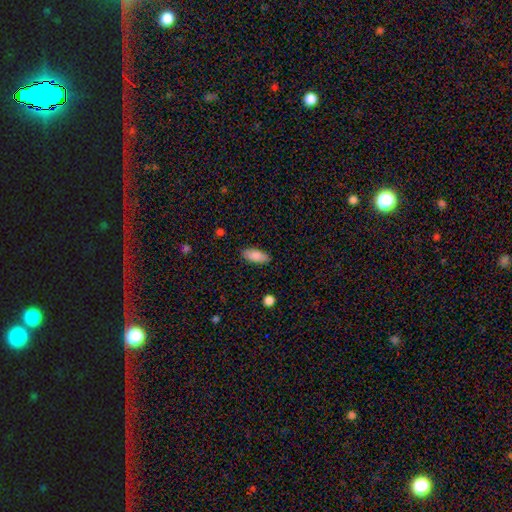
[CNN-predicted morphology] A smooth galaxy with no disk features (88%) that is in between round and cigar-shaped (82%). Merging: none (88%).